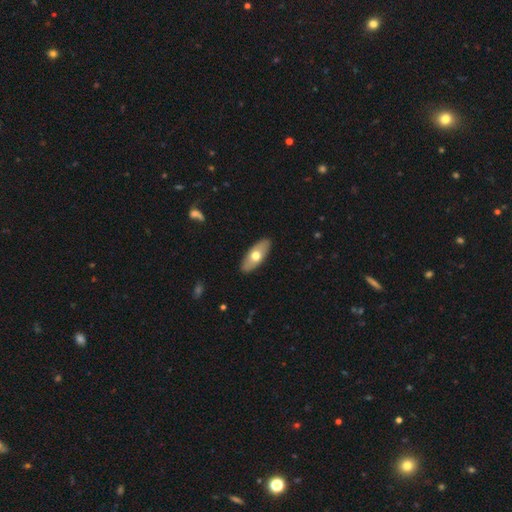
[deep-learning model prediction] Smooth or featured: smooth — 59% (featured or disk — 36%)
How rounded: in between — 80% (cigar-shaped — 17%)
Merging: none — 89% (minor disturbance — 8%)